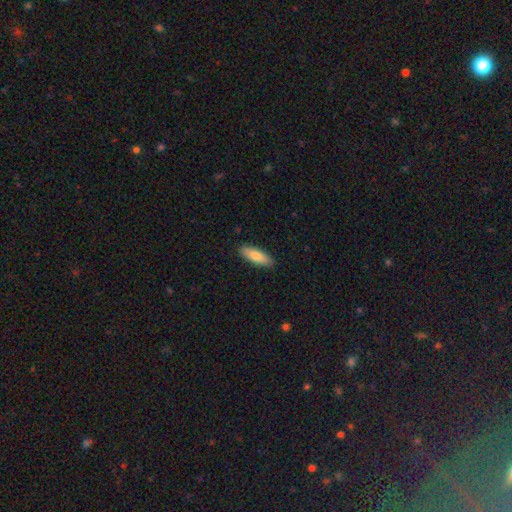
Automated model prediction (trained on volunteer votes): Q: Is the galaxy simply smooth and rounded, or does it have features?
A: smooth — 80%.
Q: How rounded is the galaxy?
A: in between — 61%.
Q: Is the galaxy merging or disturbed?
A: none — 89%.